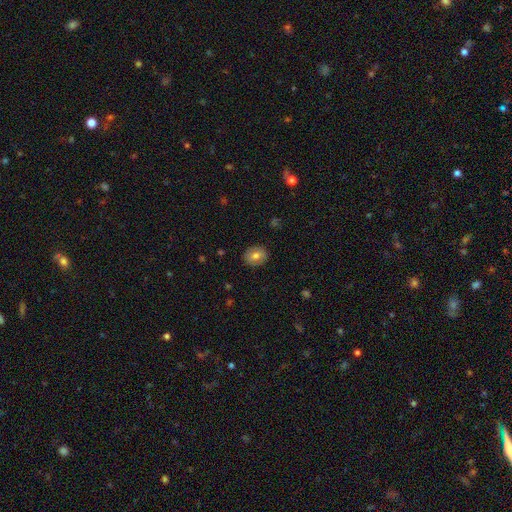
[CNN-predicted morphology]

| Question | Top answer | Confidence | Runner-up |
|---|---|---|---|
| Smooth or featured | smooth | 74% | featured or disk (18%) |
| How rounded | round | 58% | in between (41%) |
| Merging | none | 89% | minor disturbance (8%) |